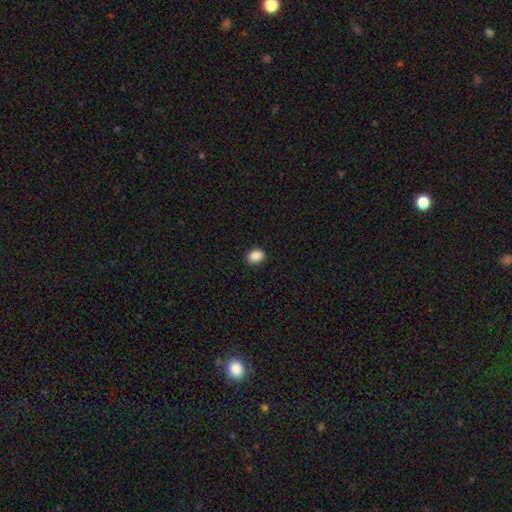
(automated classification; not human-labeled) Smooth or featured: smooth — 90% (star or artifact — 8%)
How rounded: in between — 70% (round — 29%)
Merging: none — 90% (minor disturbance — 7%)